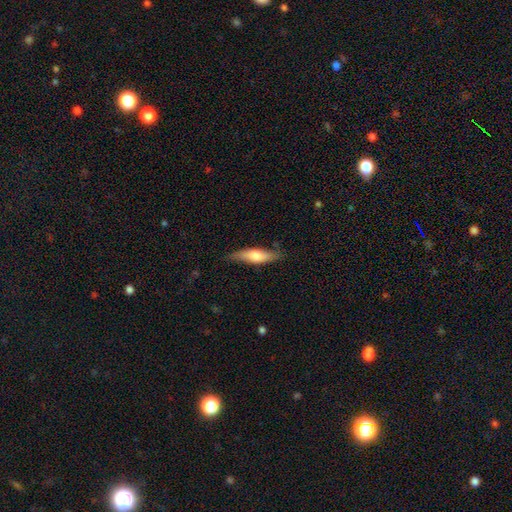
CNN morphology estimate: Q: Smooth or featured?
A: smooth (64%); runner-up: featured or disk (30%)
Q: How rounded?
A: cigar-shaped (60%); runner-up: in between (38%)
Q: Merging?
A: none (76%); runner-up: minor disturbance (19%)